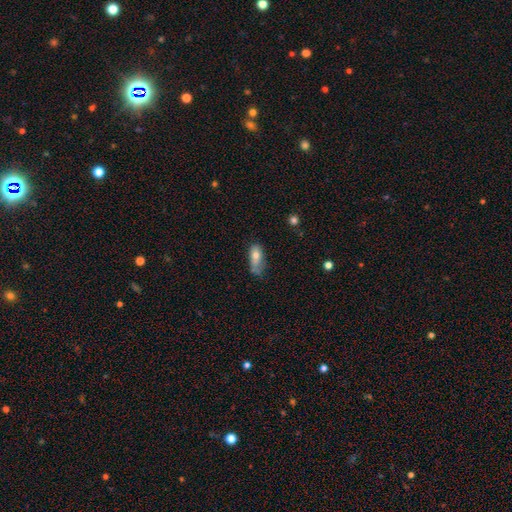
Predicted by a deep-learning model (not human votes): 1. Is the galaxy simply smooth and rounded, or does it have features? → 70% smooth, 21% featured or disk, 9% star or artifact.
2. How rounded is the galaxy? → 81% in between, 14% cigar-shaped, 5% round.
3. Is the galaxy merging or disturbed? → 36% minor disturbance, 32% none, 24% major disturbance, 9% merger.